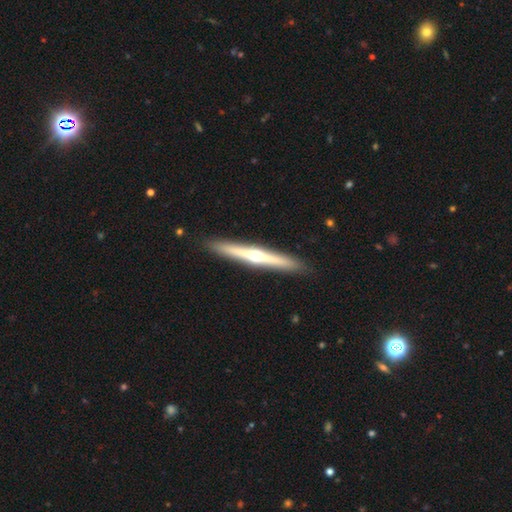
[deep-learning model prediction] Morphology: type=featured or disk (72%); edge-on=yes (98%); edge-on bulge=rounded (91%); merging=none (92%).